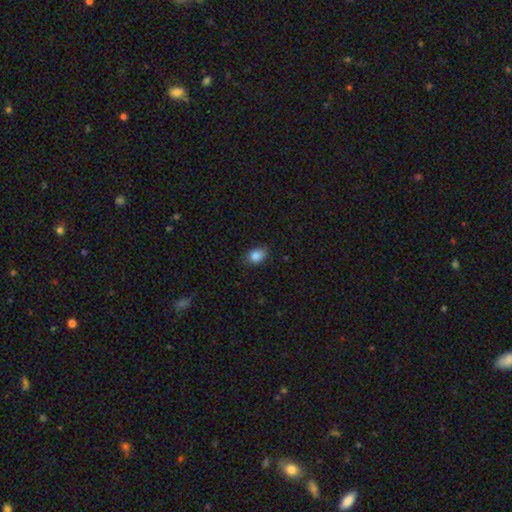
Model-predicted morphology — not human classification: Smooth or featured?
  - smooth: 86% *
  - star or artifact: 9%
  - featured or disk: 5%
How rounded?
  - in between: 77% *
  - round: 22%
  - cigar-shaped: 1%
Merging?
  - none: 83% *
  - minor disturbance: 14%
  - major disturbance: 3%
  - merger: 1%